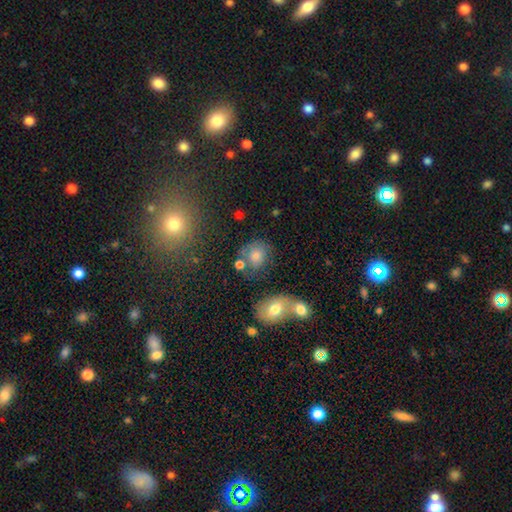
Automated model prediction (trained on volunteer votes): Morphology: type=smooth (70%); roundness=round (60%); merging=none (66%).